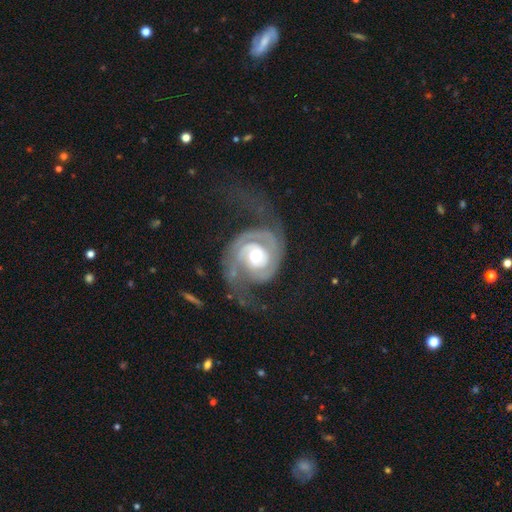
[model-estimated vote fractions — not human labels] A featured or disk galaxy (91%) with no bar (61%), 2 (75%) tight (58%) spiral arms (97%) and a moderate central bulge (70%).

Vote fractions:
- Smooth or featured? featured or disk: 91% / smooth: 5% / star or artifact: 4%
- Edge-on disk? no: 98% / yes: 2%
- Bar? no: 61% / weak: 29% / strong: 10%
- Spiral arms? yes: 97% / no: 3%
- Spiral winding? tight: 58% / medium: 33% / loose: 9%
- Spiral arm count? 2: 75% / 3: 8% / can't tell: 7% / 1: 4% / 4: 3% / more than 4: 3%
- Bulge size? moderate: 70% / large: 15% / small: 13% / dominant: 1% / none: 1%
- Merging? none: 55% / major disturbance: 24% / minor disturbance: 18% / merger: 2%